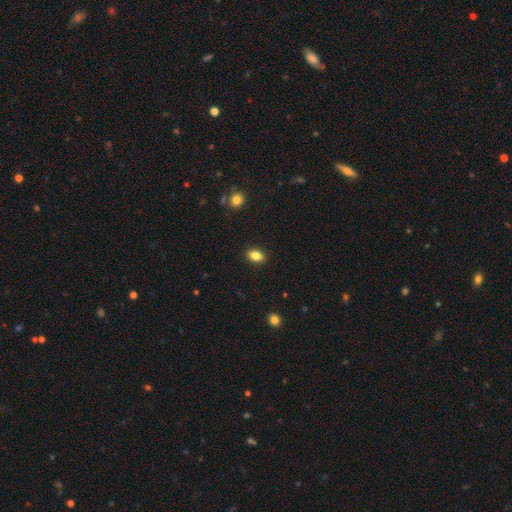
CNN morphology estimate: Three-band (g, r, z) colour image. It shows a smooth galaxy with no disk features (85%) that is in between round and cigar-shaped (83%). Merging: none (89%).